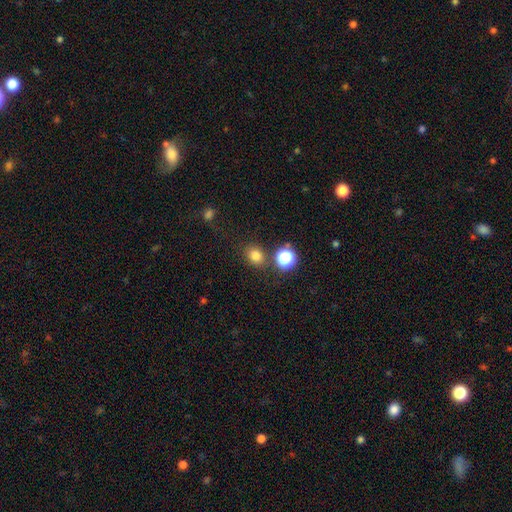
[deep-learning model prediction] smooth_or_featured: smooth (p=0.78) [alt: star or artifact p=0.16]
how_rounded: round (p=0.64) [alt: in between p=0.35]
merging: none (p=0.81) [alt: minor disturbance p=0.09]